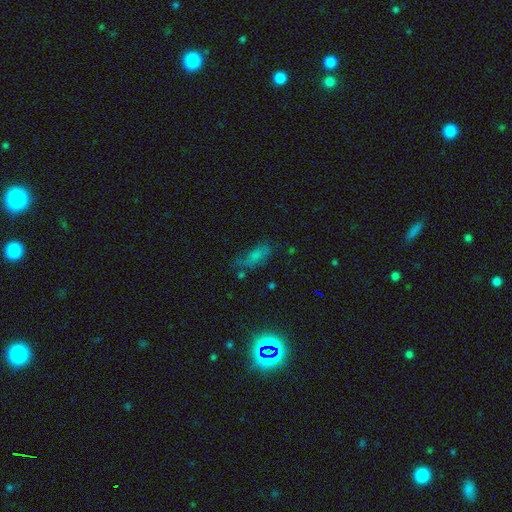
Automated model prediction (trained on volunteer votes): smooth-or-featured: smooth: 60% | star or artifact: 21% | featured or disk: 19%
  how-rounded: in between: 76% | cigar-shaped: 19% | round: 5%
  merging: none: 48% | minor disturbance: 27% | major disturbance: 17% | merger: 7%